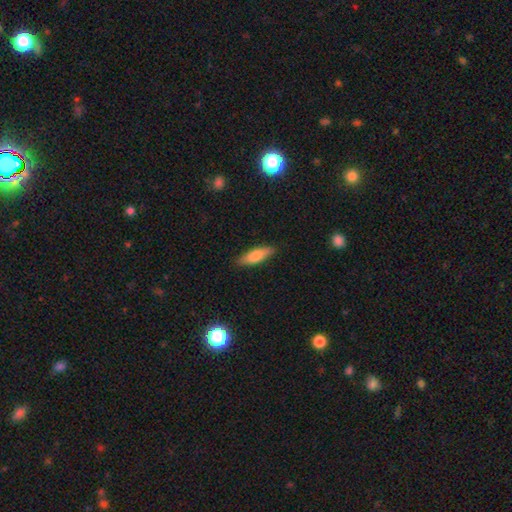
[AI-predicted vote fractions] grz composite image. It shows a smooth galaxy with no disk features (79%) that is cigar-shaped (49%, tied with in between). Merging: none (87%).